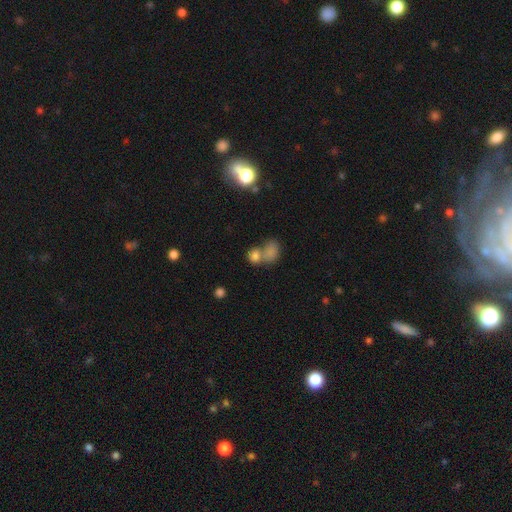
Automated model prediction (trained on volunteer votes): smooth 80%, star or artifact 11%, featured or disk 9%. Down the decision tree: how rounded — in between (54%); merging — merger (59%).